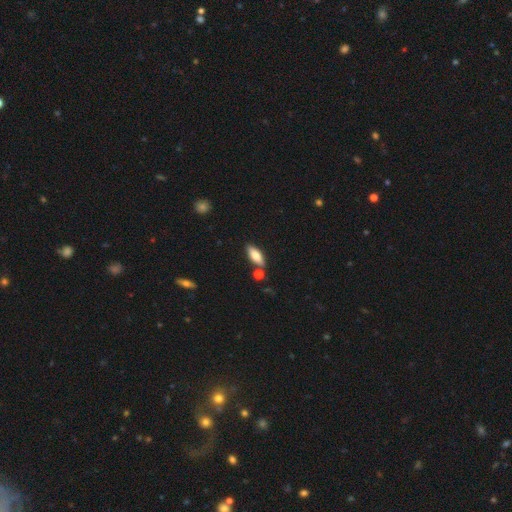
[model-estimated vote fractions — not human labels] smooth-or-featured: smooth: 76% | featured or disk: 17% | star or artifact: 7%
  how-rounded: in between: 70% | cigar-shaped: 28% | round: 2%
  merging: none: 77% | minor disturbance: 12% | merger: 9% | major disturbance: 3%